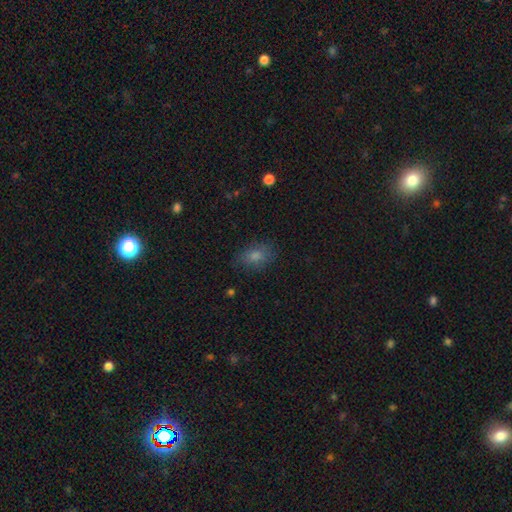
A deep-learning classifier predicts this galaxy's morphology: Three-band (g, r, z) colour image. It shows a smooth galaxy with no disk features (78%) that is in between round and cigar-shaped (83%). Merging: none (77%).